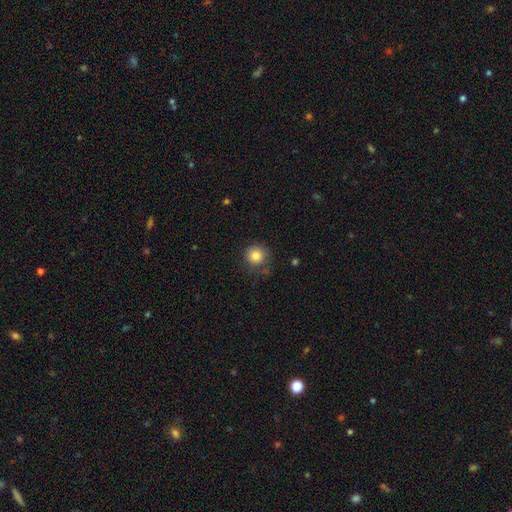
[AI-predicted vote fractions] Smooth or featured?
  - smooth: 83% *
  - star or artifact: 10%
  - featured or disk: 7%
How rounded?
  - round: 93% *
  - in between: 6%
  - cigar-shaped: 1%
Merging?
  - none: 79% *
  - minor disturbance: 14%
  - major disturbance: 4%
  - merger: 2%